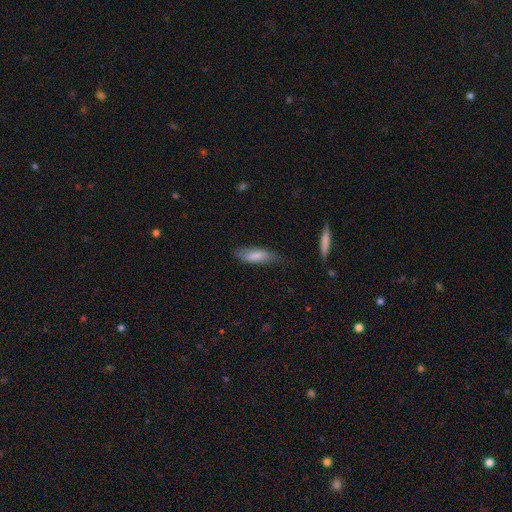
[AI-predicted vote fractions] The model was most divided on "how rounded": in between: 54%, cigar-shaped: 44%, round: 2%. More confident: smooth or featured — smooth (79%); merging — none (68%).